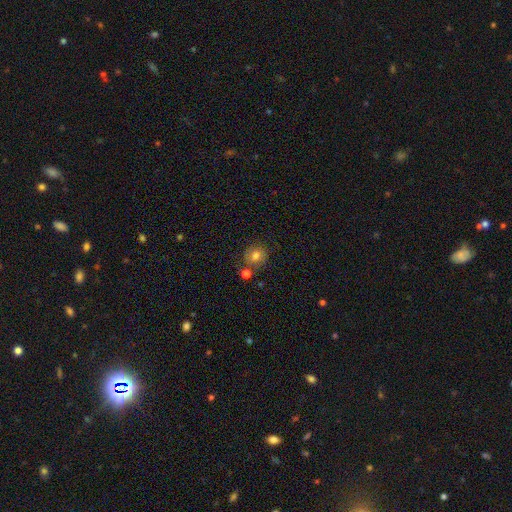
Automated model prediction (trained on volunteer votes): Q: Smooth or featured?
A: smooth (71%); runner-up: featured or disk (17%)
Q: How rounded?
A: round (83%); runner-up: in between (16%)
Q: Merging?
A: none (70%); runner-up: minor disturbance (14%)